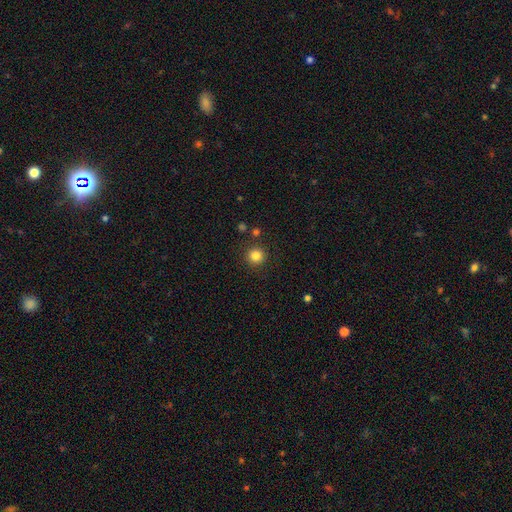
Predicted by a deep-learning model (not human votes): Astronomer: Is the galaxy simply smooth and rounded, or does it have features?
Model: smooth — 84%.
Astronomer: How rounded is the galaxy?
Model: round — 94%.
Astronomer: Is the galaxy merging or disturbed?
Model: none — 89%.